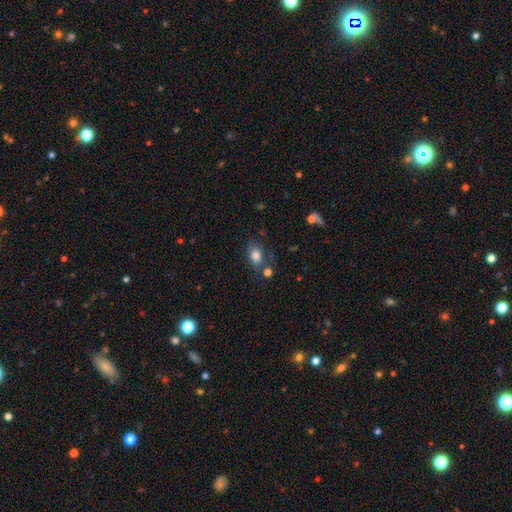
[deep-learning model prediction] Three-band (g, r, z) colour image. It shows a smooth galaxy with no disk features (81%) that is in between round and cigar-shaped (78%). Merging: none (60%).